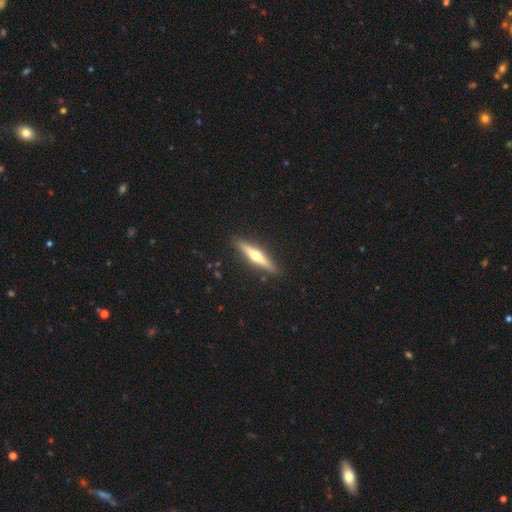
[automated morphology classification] The model was most divided on "smooth or featured": featured or disk: 63%, smooth: 31%, star or artifact: 5%. More confident: edge-on disk — yes (97%); edge-on bulge — rounded (93%); merging — none (90%).